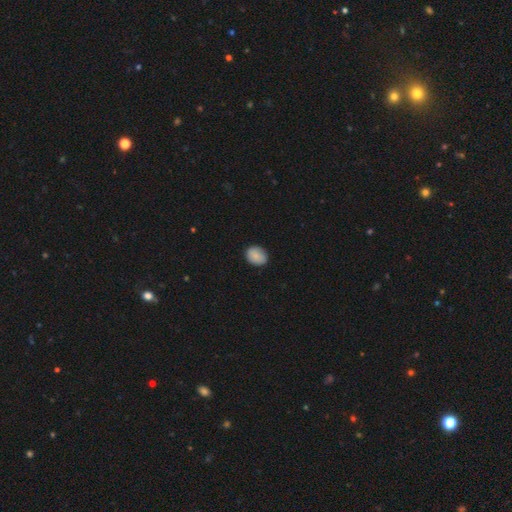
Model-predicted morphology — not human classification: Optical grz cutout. It shows a smooth galaxy with no disk features (85%) that is in between round and cigar-shaped (56%). Merging: none (85%).